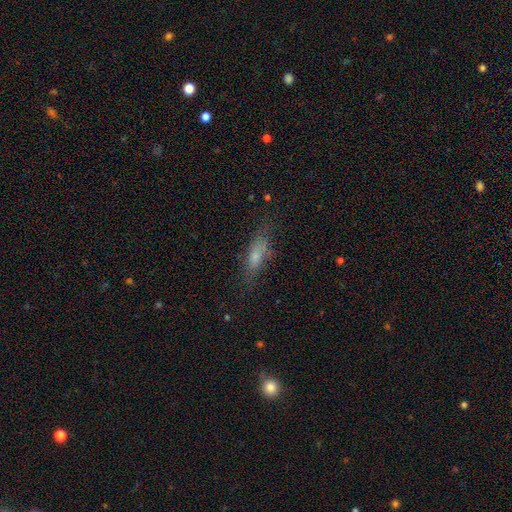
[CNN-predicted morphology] A smooth galaxy with no disk features (57%) that is cigar-shaped (51%). Merging: none (67%).